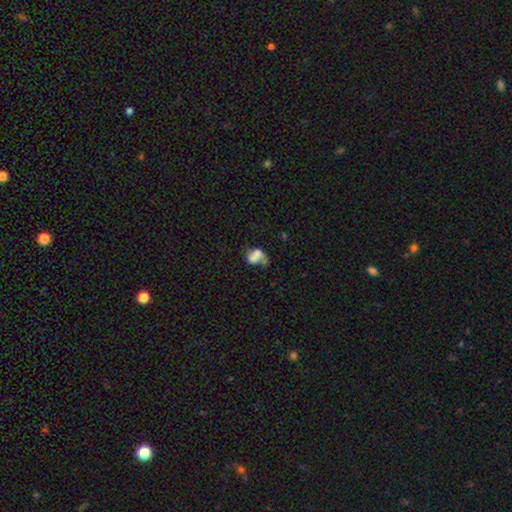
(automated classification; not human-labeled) Smooth or featured?
  - smooth: 55% *
  - featured or disk: 33%
  - star or artifact: 12%
How rounded?
  - in between: 69% *
  - round: 29%
  - cigar-shaped: 2%
Merging?
  - merger: 44% *
  - none: 22%
  - major disturbance: 18%
  - minor disturbance: 16%